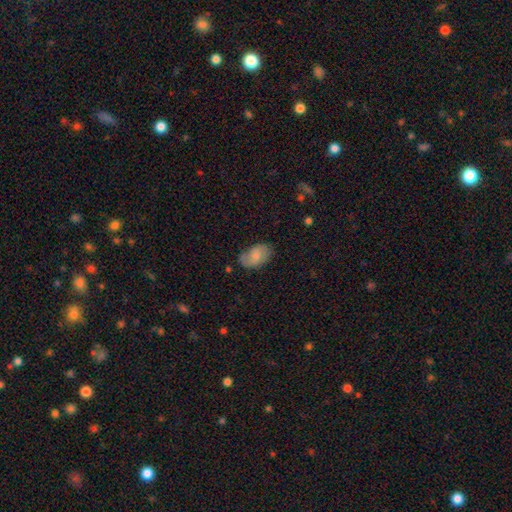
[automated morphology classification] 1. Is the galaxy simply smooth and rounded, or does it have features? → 71% smooth, 22% featured or disk, 7% star or artifact.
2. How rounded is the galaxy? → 93% in between, 6% round, 1% cigar-shaped.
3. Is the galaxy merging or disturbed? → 70% none, 22% minor disturbance, 6% major disturbance, 2% merger.